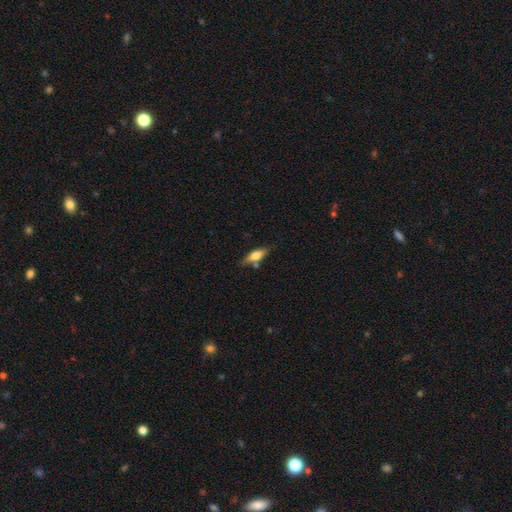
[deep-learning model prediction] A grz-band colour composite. It shows a smooth galaxy with no disk features (66%) that is in between round and cigar-shaped (58%). Merging: none (71%).